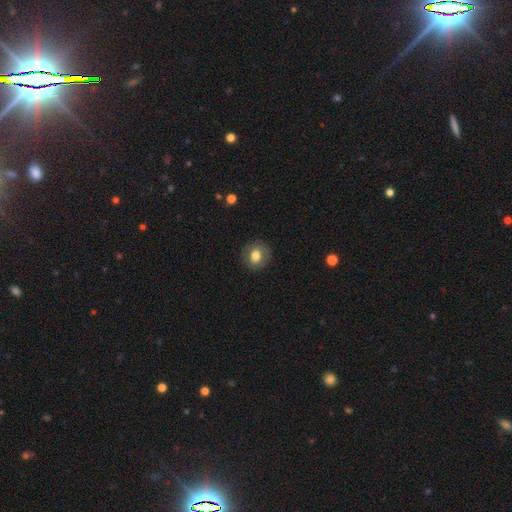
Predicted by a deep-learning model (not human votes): smooth-or-featured: smooth: 71% | featured or disk: 21% | star or artifact: 8%
  how-rounded: round: 72% | in between: 27% | cigar-shaped: 1%
  merging: none: 84% | minor disturbance: 11% | major disturbance: 4% | merger: 1%